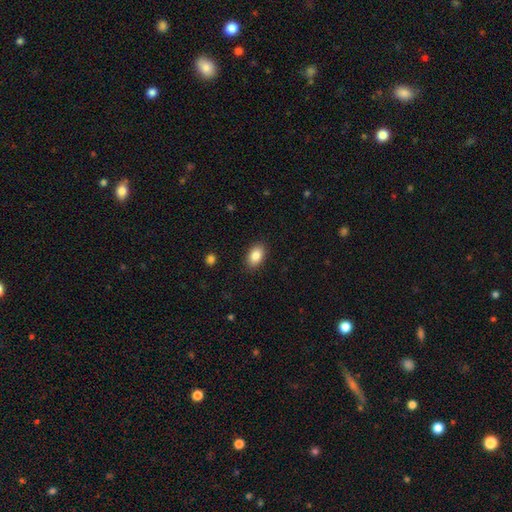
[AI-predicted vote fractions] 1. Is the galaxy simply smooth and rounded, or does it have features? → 86% smooth, 8% star or artifact, 6% featured or disk.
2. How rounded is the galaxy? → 89% in between, 10% round, 1% cigar-shaped.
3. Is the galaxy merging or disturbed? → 88% none, 8% minor disturbance, 2% major disturbance, 1% merger.